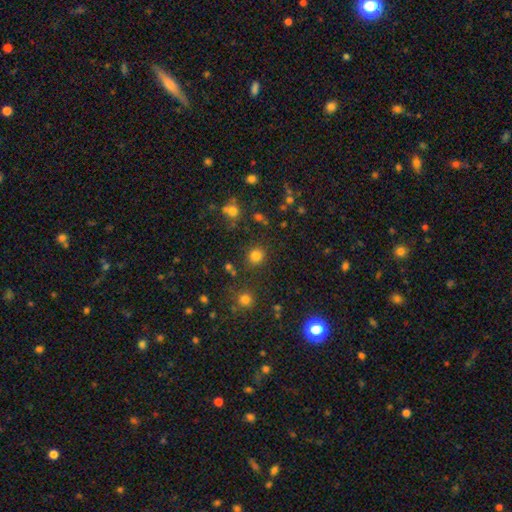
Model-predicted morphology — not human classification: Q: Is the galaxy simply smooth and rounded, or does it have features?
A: smooth — 80%.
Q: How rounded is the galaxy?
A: round — 88%.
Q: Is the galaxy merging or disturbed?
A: none — 85%.